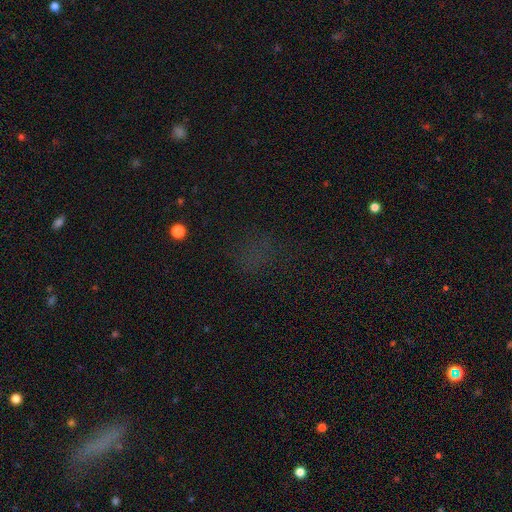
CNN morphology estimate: type=star or artifact (51%).